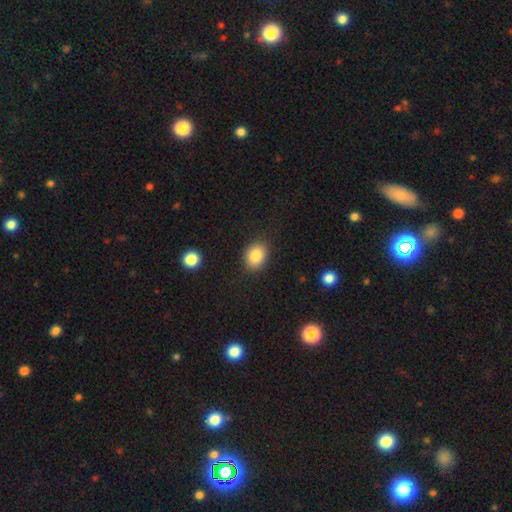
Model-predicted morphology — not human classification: smooth_or_featured: smooth (p=0.85) [alt: star or artifact p=0.08]
how_rounded: in between (p=0.66) [alt: round p=0.33]
merging: none (p=0.86) [alt: minor disturbance p=0.10]